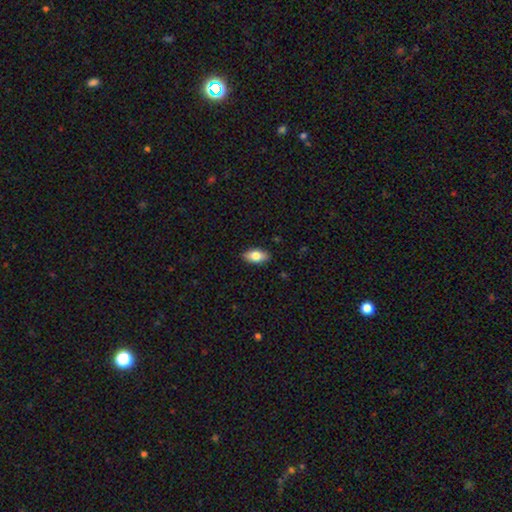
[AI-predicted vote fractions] The model was most divided on "smooth or featured": smooth: 79%, featured or disk: 14%, star or artifact: 7%. More confident: how rounded — in between (90%); merging — none (88%).